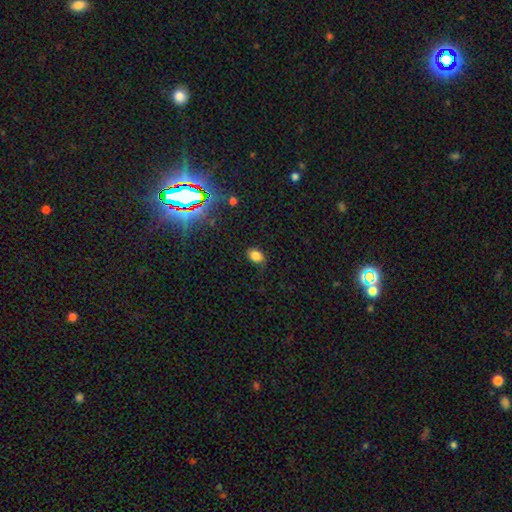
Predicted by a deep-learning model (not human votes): Overall: smooth (82%). How rounded: in between (75%). Merging: none (77%).